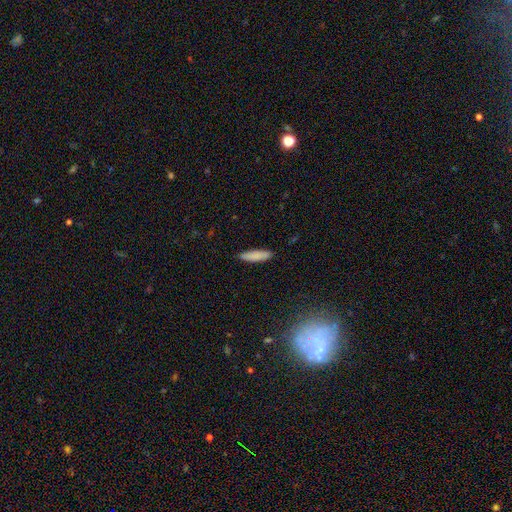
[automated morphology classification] Smooth or featured: smooth — 86% (featured or disk — 8%)
How rounded: cigar-shaped — 71% (in between — 27%)
Merging: none — 88% (minor disturbance — 9%)